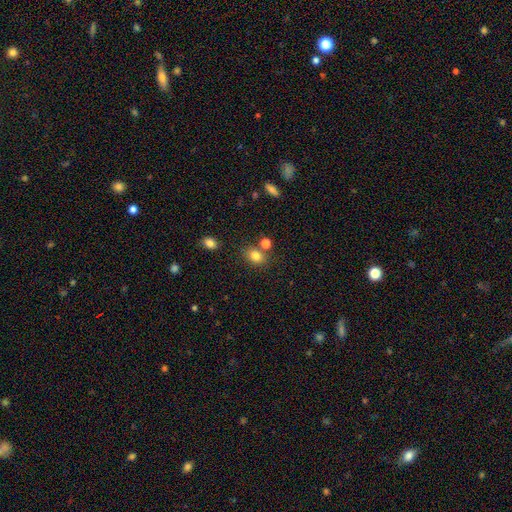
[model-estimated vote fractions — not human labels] This is clearly a smooth galaxy (81%). How rounded: possibly round (52%). Merging: likely none (70%).